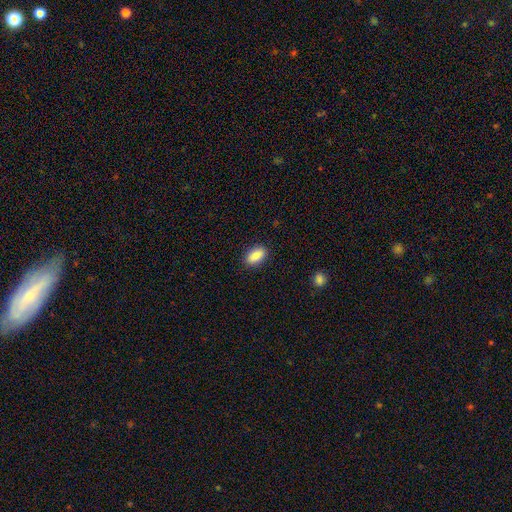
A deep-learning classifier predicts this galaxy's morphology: This is clearly a smooth galaxy (88%). How rounded: clearly in between (90%). Merging: clearly none (89%).